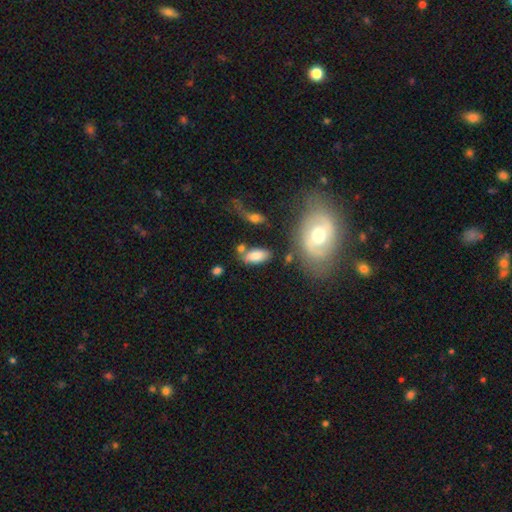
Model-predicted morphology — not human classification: The model was most divided on "merging": none: 62%, minor disturbance: 17%, merger: 13%, major disturbance: 8%. More confident: how rounded — in between (92%); smooth or featured — smooth (80%).